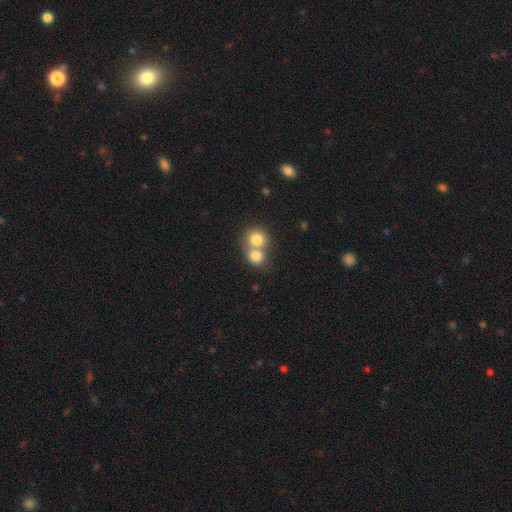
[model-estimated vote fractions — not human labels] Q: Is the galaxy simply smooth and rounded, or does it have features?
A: smooth — 78%.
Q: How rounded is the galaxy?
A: round — 76%.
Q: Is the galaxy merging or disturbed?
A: merger — 65%.